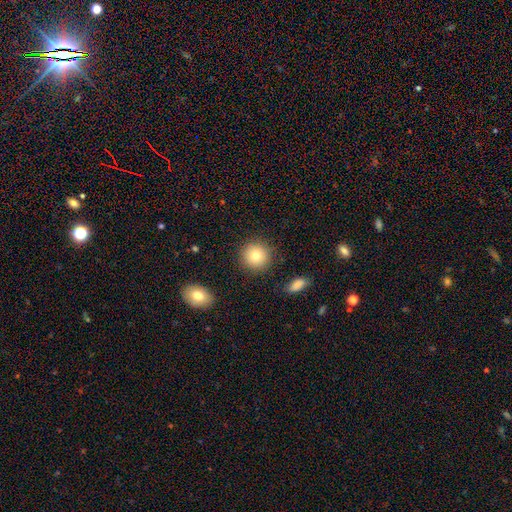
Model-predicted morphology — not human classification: Overall: smooth (80%). How rounded: round (93%). Merging: none (88%).